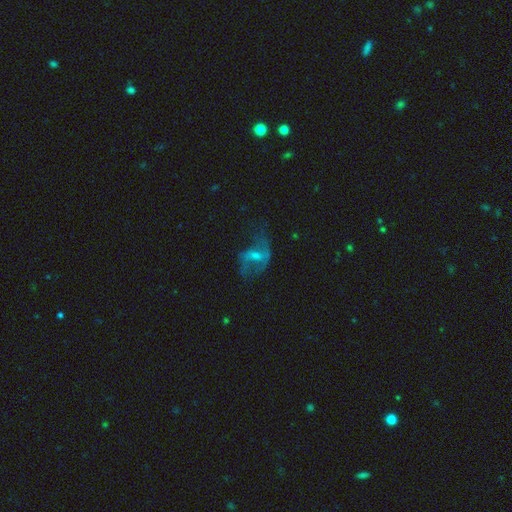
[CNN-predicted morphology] A featured or disk galaxy (68%) with a weak bar (44%), spiral arms (70%) and a small central bulge (53%). Merging: none (41%).